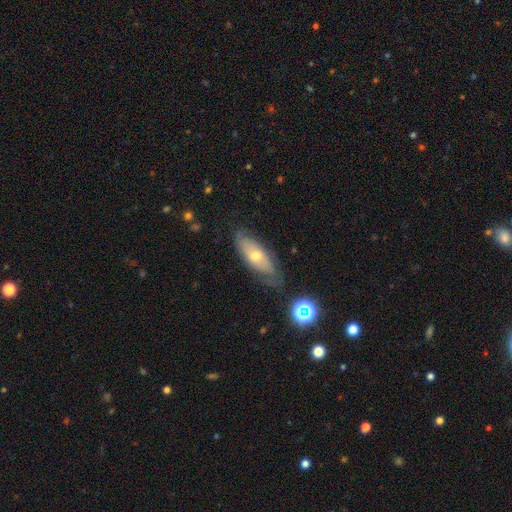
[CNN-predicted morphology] Smooth or featured: featured or disk — 45% (tied with smooth — 45%)
Merging: none — 66% (minor disturbance — 25%)